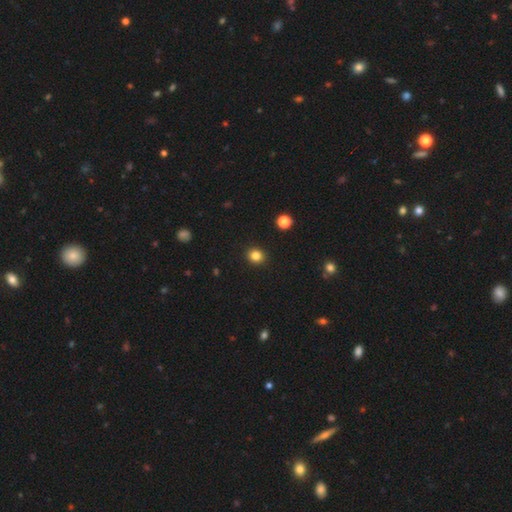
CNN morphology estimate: This is clearly a smooth galaxy (83%). How rounded: clearly round (85%). Merging: clearly none (93%).